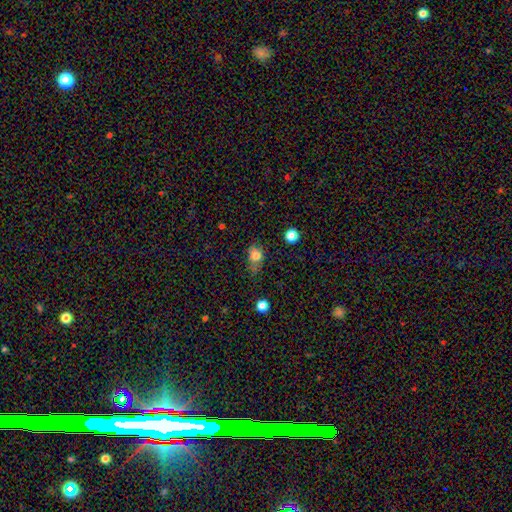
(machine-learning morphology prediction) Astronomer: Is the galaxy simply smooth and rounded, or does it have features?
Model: smooth — 74%.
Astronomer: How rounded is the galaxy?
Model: in between — 56% (runner-up: round, 41%).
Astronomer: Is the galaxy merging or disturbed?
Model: none — 55%.